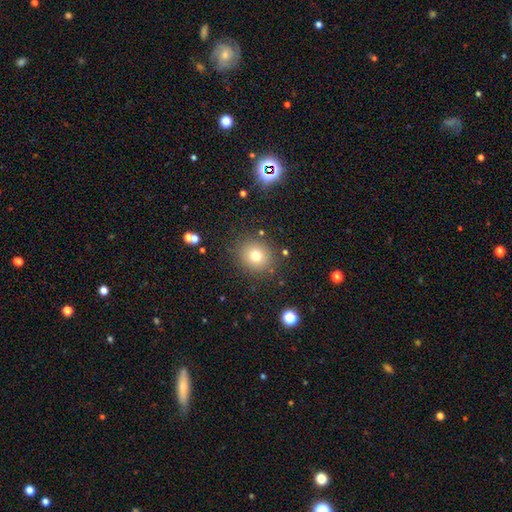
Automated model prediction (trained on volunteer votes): Morphology: type=smooth (75%); roundness=round (84%); merging=none (86%).